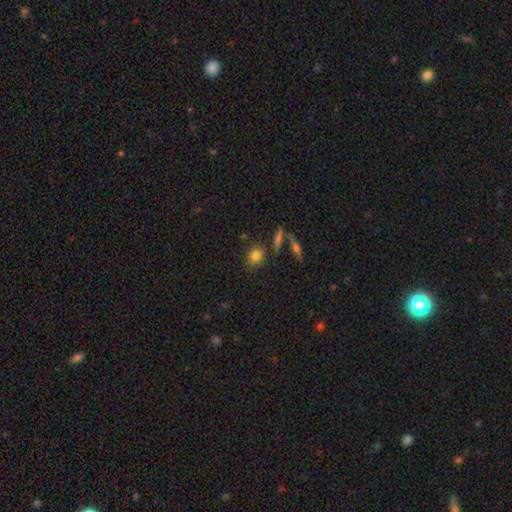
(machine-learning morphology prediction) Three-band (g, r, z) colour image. It shows a smooth galaxy with no disk features (81%) that is round (70%). Merging: none (79%).